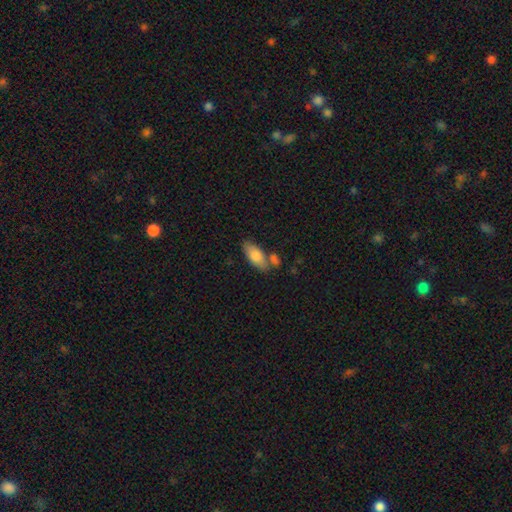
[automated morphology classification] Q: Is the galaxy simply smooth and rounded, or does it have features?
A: smooth — 79%.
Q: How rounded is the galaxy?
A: in between — 84%.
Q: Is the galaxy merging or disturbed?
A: none — 60%.